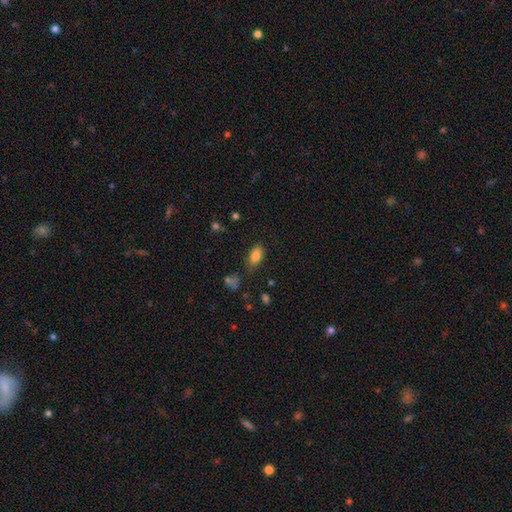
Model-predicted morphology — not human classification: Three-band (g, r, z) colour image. It shows a smooth galaxy with no disk features (83%) that is in between round and cigar-shaped (91%). Merging: none (73%).